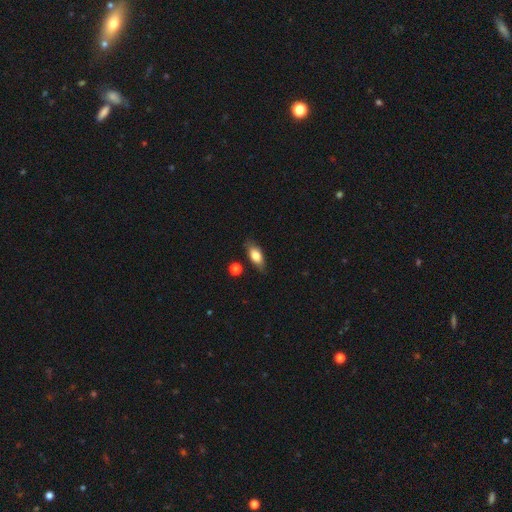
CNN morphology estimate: Smooth or featured? Predicted: smooth (p=0.74). How rounded? Predicted: in between (p=0.79). Merging? Predicted: none (p=0.78).